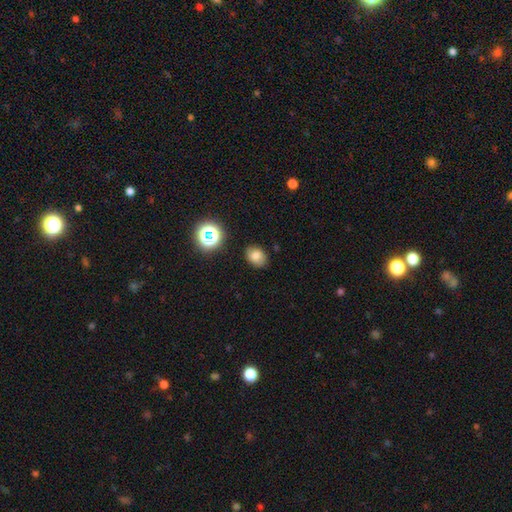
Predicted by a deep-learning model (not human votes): Smooth or featured?
  - smooth: 77% *
  - star or artifact: 14%
  - featured or disk: 10%
How rounded?
  - in between: 64% *
  - round: 35%
  - cigar-shaped: 1%
Merging?
  - none: 83% *
  - minor disturbance: 12%
  - major disturbance: 3%
  - merger: 2%